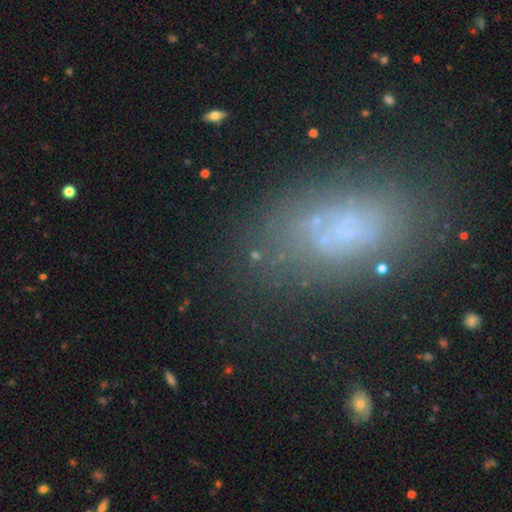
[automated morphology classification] smooth_or_featured: smooth (p=0.40) [alt: featured or disk p=0.38]
merging: none (p=0.60) [alt: minor disturbance p=0.19]